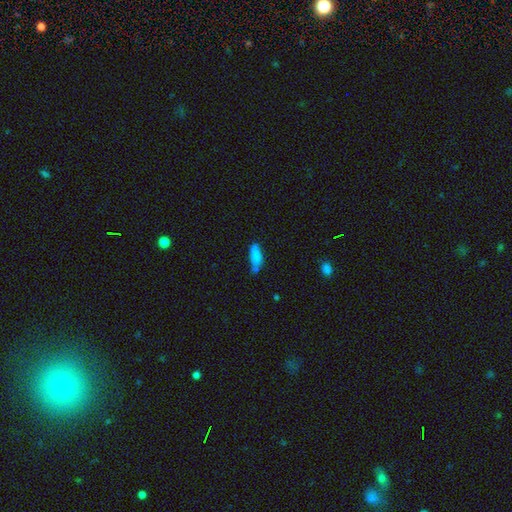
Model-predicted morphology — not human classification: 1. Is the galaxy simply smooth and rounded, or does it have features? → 80% smooth, 11% featured or disk, 9% star or artifact.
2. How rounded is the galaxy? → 51% in between, 47% cigar-shaped, 2% round.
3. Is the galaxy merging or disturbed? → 48% none, 26% minor disturbance, 18% merger, 9% major disturbance.